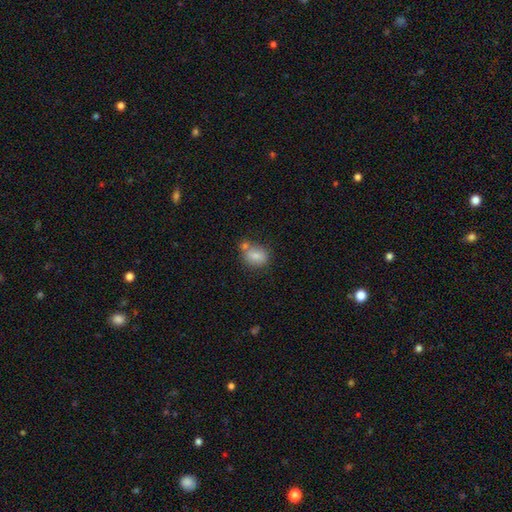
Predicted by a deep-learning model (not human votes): Smooth or featured: smooth — 81% (featured or disk — 10%)
How rounded: in between — 56% (round — 43%)
Merging: none — 54% (merger — 25%)